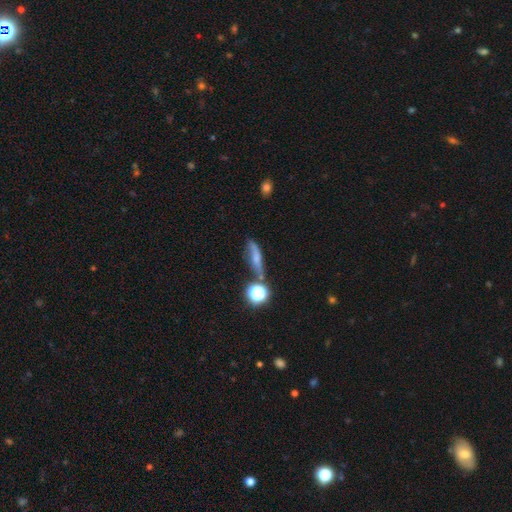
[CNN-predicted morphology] Smooth or featured?
  - featured or disk: 42% *
  - smooth: 37%
  - star or artifact: 21%
Merging?
  - none: 65% *
  - minor disturbance: 18%
  - merger: 9%
  - major disturbance: 8%